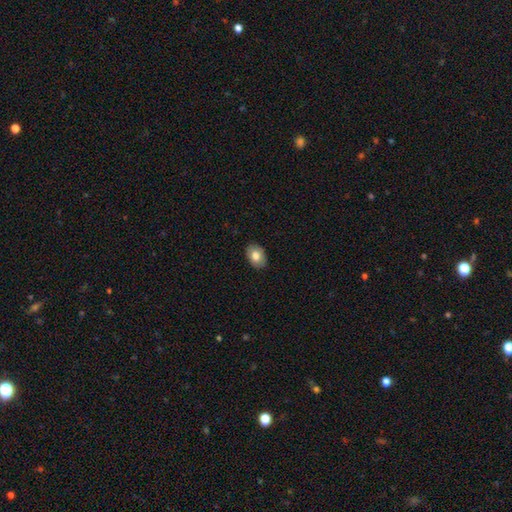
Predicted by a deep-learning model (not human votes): A smooth galaxy with no disk features (78%) that is in between round and cigar-shaped (82%). Merging: none (87%).